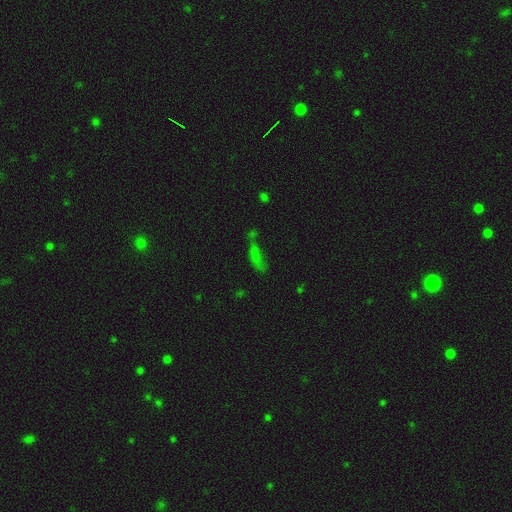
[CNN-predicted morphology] A smooth galaxy with no disk features (58%) that is in between round and cigar-shaped (52%).

Vote fractions:
- Smooth or featured? smooth: 58% / star or artifact: 27% / featured or disk: 14%
- How rounded? in between: 52% / cigar-shaped: 42% / round: 6%
- Merging? none: 41% / minor disturbance: 22% / merger: 19% / major disturbance: 18%